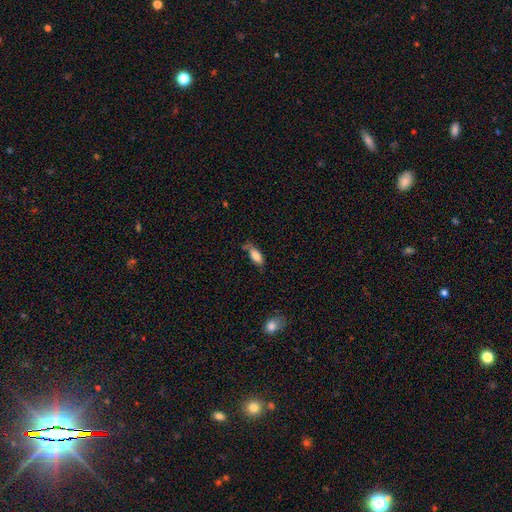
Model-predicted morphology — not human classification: The model was most divided on "merging": none: 55%, minor disturbance: 32%, major disturbance: 9%, merger: 4%. More confident: smooth or featured — smooth (78%); how rounded — in between (75%).